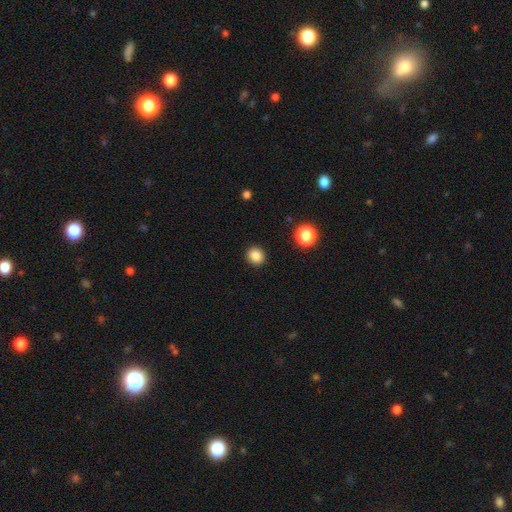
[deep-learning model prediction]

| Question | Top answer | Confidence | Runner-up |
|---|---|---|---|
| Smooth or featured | smooth | 86% | star or artifact (11%) |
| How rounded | round | 87% | in between (12%) |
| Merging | none | 92% | minor disturbance (5%) |